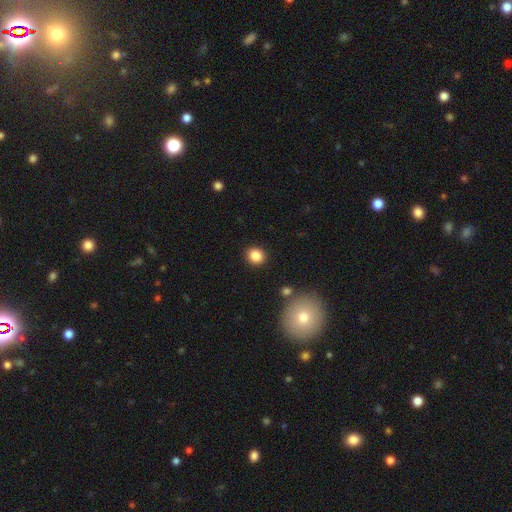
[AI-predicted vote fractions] A smooth galaxy with no disk features (85%) that is round (82%).

Vote fractions:
- Smooth or featured? smooth: 85% / star or artifact: 10% / featured or disk: 5%
- How rounded? round: 82% / in between: 17% / cigar-shaped: 1%
- Merging? none: 90% / minor disturbance: 6% / major disturbance: 2% / merger: 2%